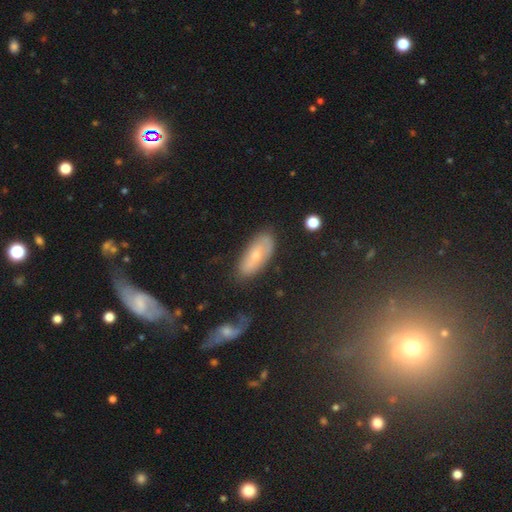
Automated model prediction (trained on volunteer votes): smooth_or_featured: smooth (p=0.53) [alt: featured or disk p=0.37]
how_rounded: in between (p=0.80) [alt: cigar-shaped p=0.17]
merging: none (p=0.70) [alt: minor disturbance p=0.21]